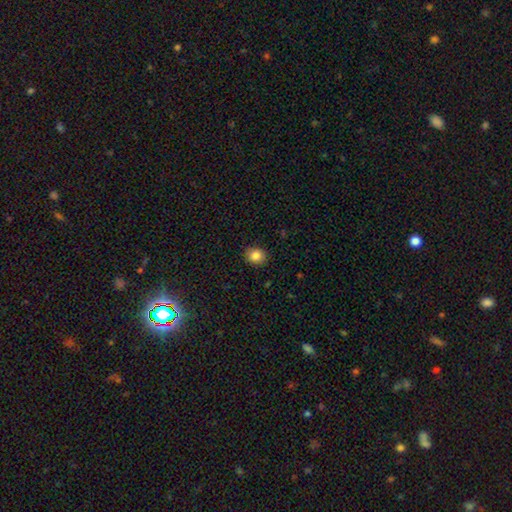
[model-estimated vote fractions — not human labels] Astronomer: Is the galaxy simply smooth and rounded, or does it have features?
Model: smooth — 84%.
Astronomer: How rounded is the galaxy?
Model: round — 74%.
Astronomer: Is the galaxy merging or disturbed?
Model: none — 89%.